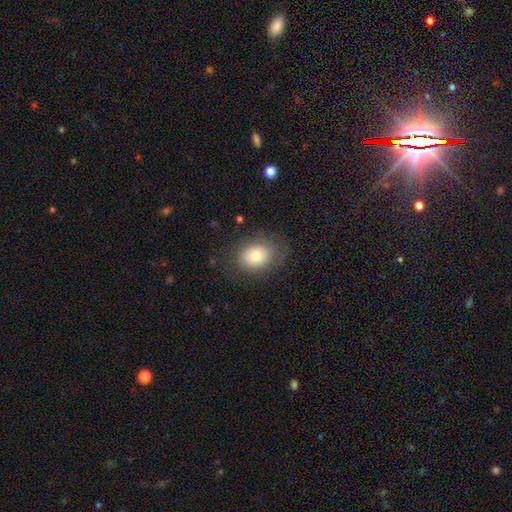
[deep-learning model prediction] Overall: smooth (74%). How rounded: in between (59%; round 40%). Merging: none (74%).